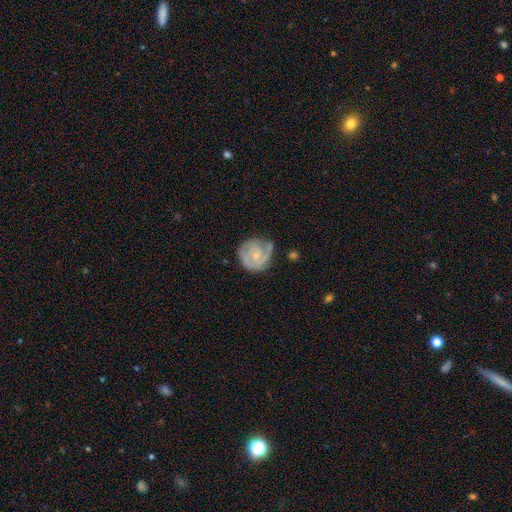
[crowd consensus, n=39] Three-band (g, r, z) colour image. It shows a featured or disk galaxy (67%) with no bar (69%), 3 (48%) tight (61%) spiral arms (88%) and a small central bulge (62%). Merging: none (53%).